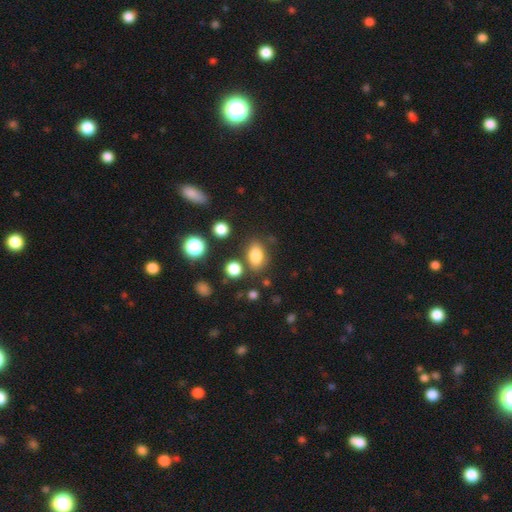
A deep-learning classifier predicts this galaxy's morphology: This appears to be a smooth galaxy with no disk features (82%) that is in between round and cigar-shaped (81%). Merging: none (75%).